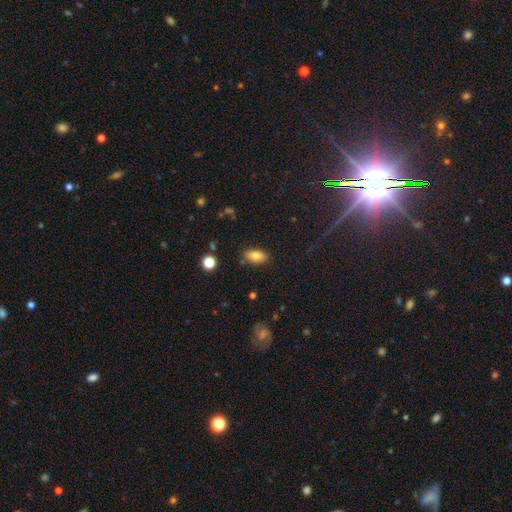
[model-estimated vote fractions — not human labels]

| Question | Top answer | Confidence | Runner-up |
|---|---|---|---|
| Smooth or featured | smooth | 80% | featured or disk (10%) |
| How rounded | in between | 90% | round (6%) |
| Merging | none | 84% | minor disturbance (11%) |